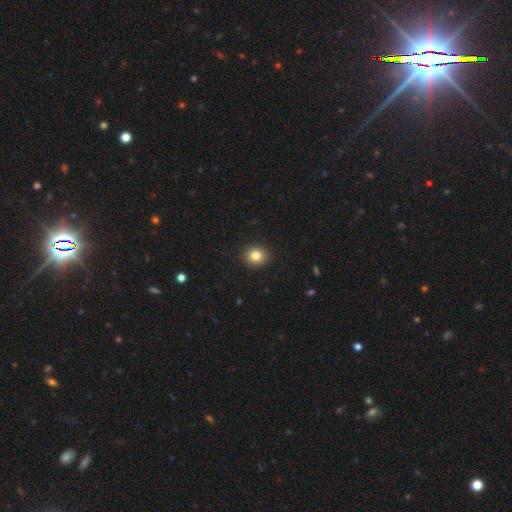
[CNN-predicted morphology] The model was most divided on "how rounded": round: 73%, in between: 27%, cigar-shaped: 1%. More confident: merging — none (91%); smooth or featured — smooth (83%).